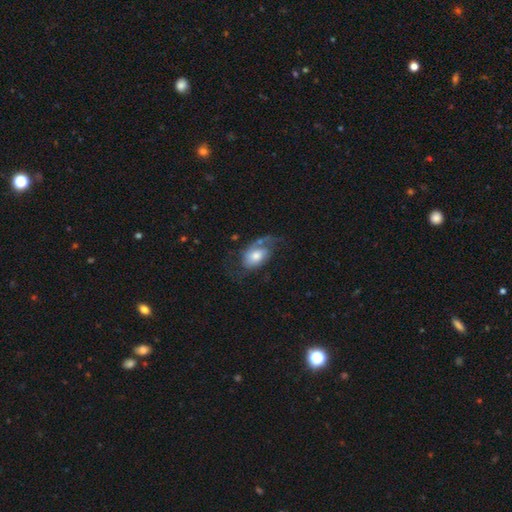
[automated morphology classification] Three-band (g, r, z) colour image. It shows a featured or disk galaxy (58%) with no bar (67%), spiral arms (83%) and a moderate central bulge (54%). Merging: none (46%).